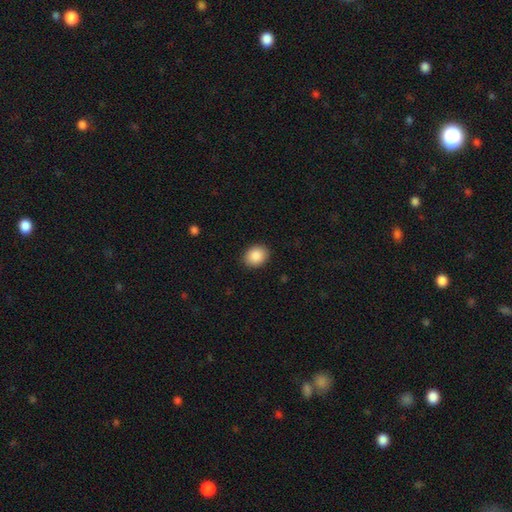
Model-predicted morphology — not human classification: Smooth or featured: smooth — 88% (star or artifact — 8%)
How rounded: round — 55% (in between — 45%)
Merging: none — 90% (minor disturbance — 7%)